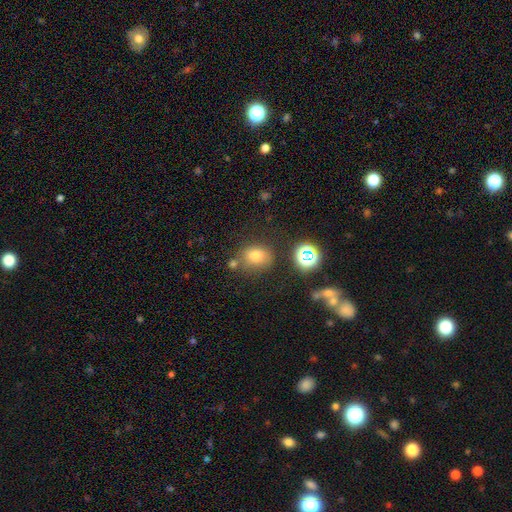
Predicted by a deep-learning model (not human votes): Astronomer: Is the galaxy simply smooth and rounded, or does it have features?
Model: smooth — 72%.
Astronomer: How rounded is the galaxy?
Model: round — 51% (runner-up: in between, 48%).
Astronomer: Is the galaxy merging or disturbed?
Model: none — 67%.